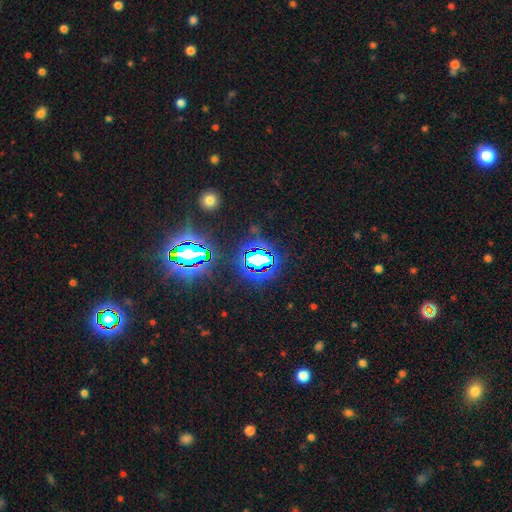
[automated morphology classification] Smooth or featured? star or artifact (81%)